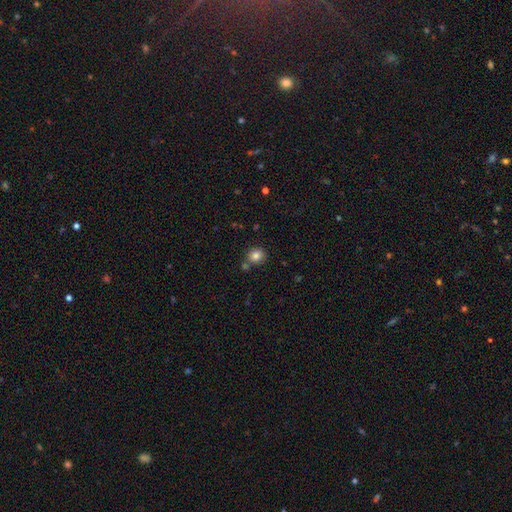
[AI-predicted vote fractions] smooth_or_featured: smooth (p=0.82) [alt: star or artifact p=0.11]
how_rounded: round (p=0.85) [alt: in between p=0.14]
merging: none (p=0.75) [alt: merger p=0.13]